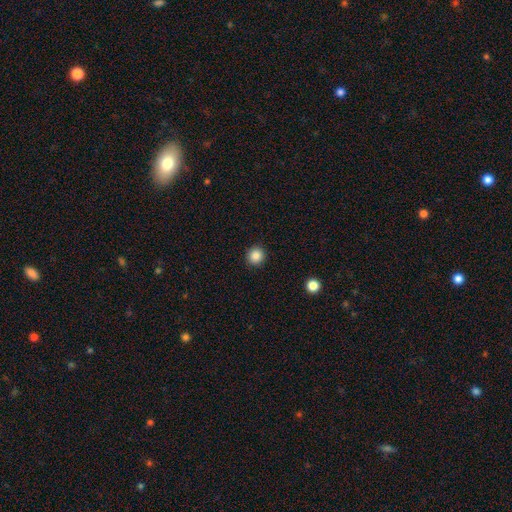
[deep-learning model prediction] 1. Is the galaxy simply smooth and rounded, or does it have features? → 86% smooth, 10% star or artifact, 3% featured or disk.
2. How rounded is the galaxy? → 93% round, 6% in between, 1% cigar-shaped.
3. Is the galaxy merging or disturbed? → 92% none, 5% minor disturbance, 2% major disturbance, 1% merger.